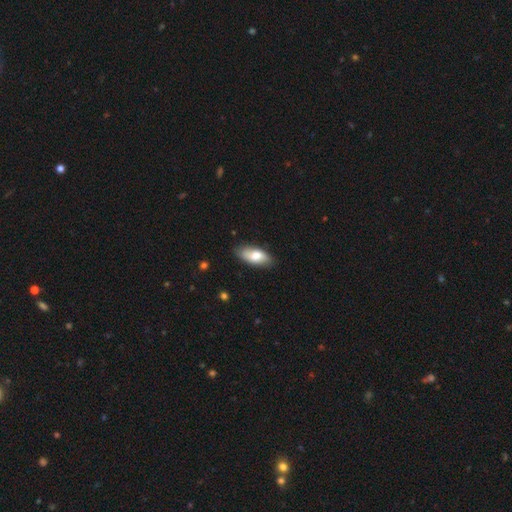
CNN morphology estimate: Smooth or featured? smooth (76%)
How rounded? in between (85%)
Merging? none (81%)